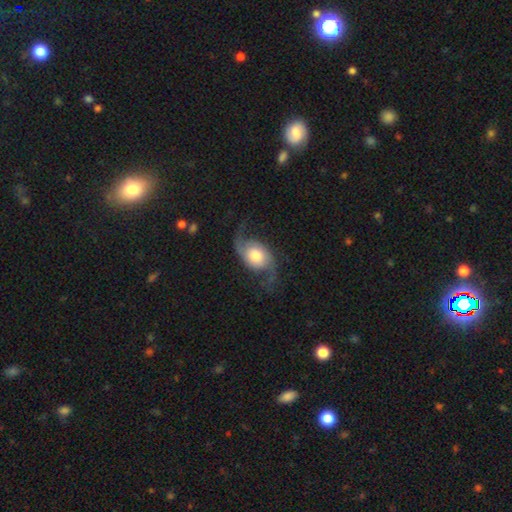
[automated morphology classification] Smooth or featured?
  - featured or disk: 78% *
  - smooth: 16%
  - star or artifact: 6%
Edge-on disk?
  - no: 96% *
  - yes: 4%
Bar?
  - no: 70% *
  - weak: 25%
  - strong: 5%
Spiral arms?
  - yes: 94% *
  - no: 6%
Spiral winding?
  - loose: 73% *
  - medium: 21%
  - tight: 6%
Spiral arm count?
  - 2: 93% *
  - can't tell: 2%
  - 1: 2%
  - 3: 1%
  - 4: 1%
  - more than 4: 1%
Bulge size?
  - moderate: 40% *
  - large: 39%
  - dominant: 10%
  - small: 8%
  - none: 3%
Merging?
  - none: 66% *
  - minor disturbance: 18%
  - major disturbance: 15%
  - merger: 2%